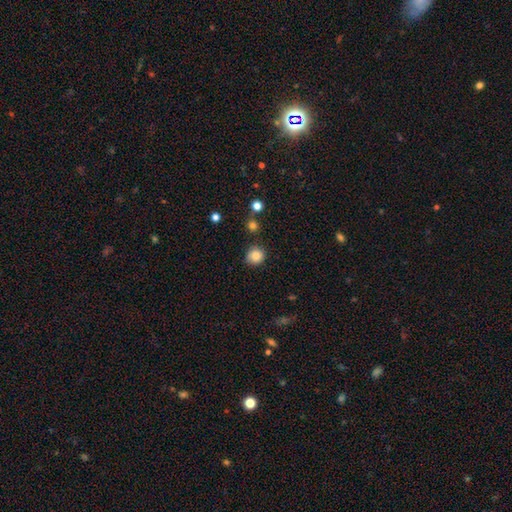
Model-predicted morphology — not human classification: A smooth galaxy with no disk features (84%) that is round (89%). Merging: none (79%).